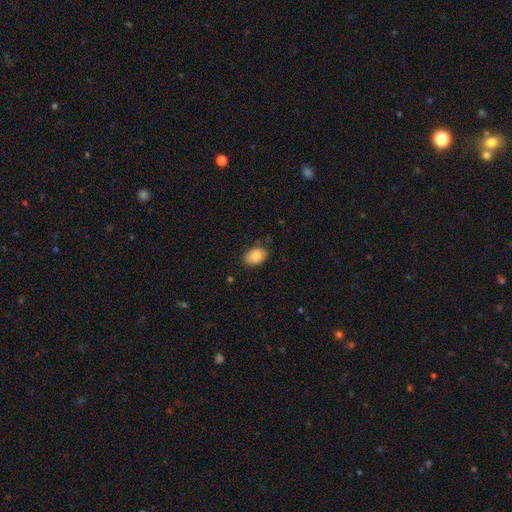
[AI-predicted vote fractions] smooth_or_featured: smooth (p=0.86) [alt: star or artifact p=0.07]
how_rounded: in between (p=0.82) [alt: round p=0.17]
merging: none (p=0.75) [alt: minor disturbance p=0.20]